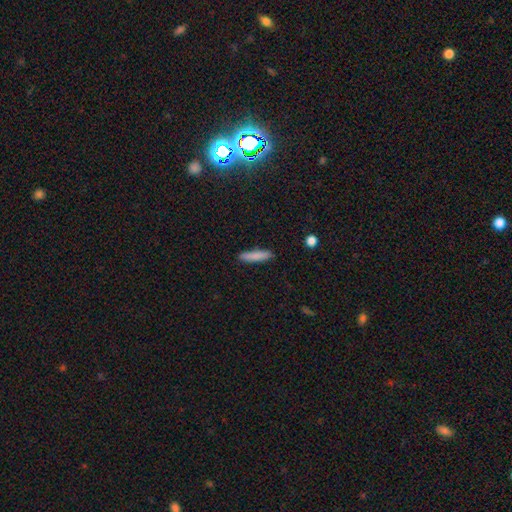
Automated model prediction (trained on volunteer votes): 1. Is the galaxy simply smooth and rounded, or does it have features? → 83% smooth, 10% featured or disk, 6% star or artifact.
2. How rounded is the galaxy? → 85% cigar-shaped, 13% in between, 1% round.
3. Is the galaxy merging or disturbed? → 87% none, 10% minor disturbance, 2% major disturbance, 1% merger.